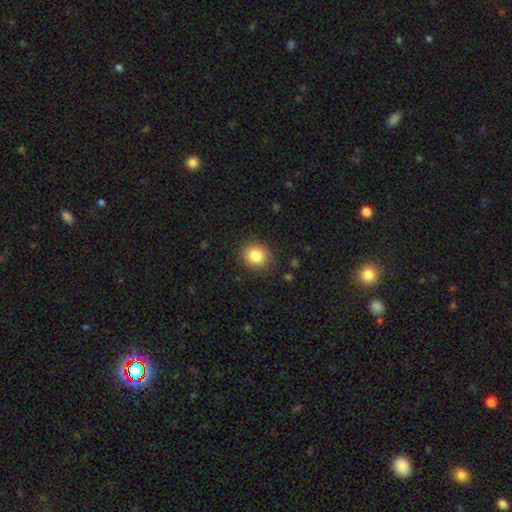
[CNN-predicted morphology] smooth-or-featured: smooth: 83% | star or artifact: 10% | featured or disk: 6%
  how-rounded: round: 86% | in between: 13% | cigar-shaped: 1%
  merging: none: 89% | minor disturbance: 7% | major disturbance: 2% | merger: 1%